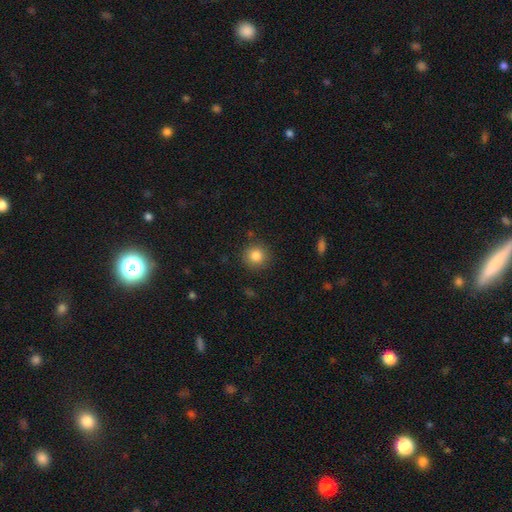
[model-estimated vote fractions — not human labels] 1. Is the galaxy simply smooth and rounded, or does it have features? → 85% smooth, 10% star or artifact, 5% featured or disk.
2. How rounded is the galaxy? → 93% round, 7% in between, 1% cigar-shaped.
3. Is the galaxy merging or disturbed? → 88% none, 8% minor disturbance, 3% major disturbance, 2% merger.